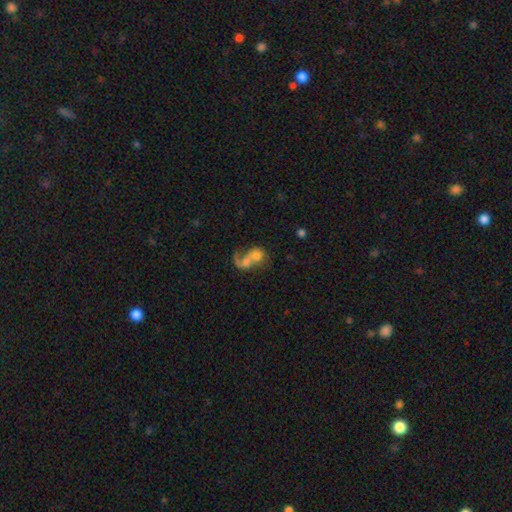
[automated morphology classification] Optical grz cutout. It shows a smooth galaxy with no disk features (46%). Merging: merger (72%).